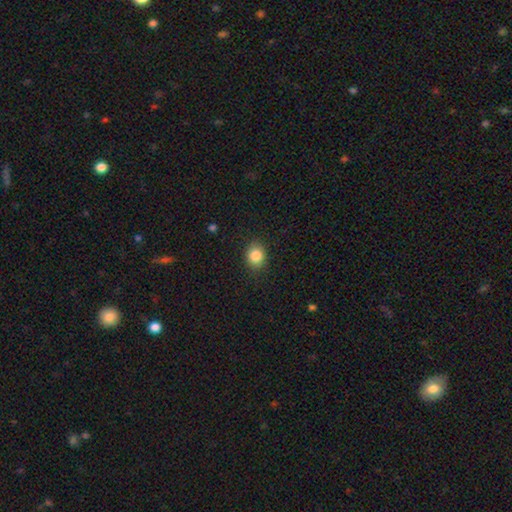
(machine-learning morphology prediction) smooth_or_featured: smooth (p=0.85) [alt: star or artifact p=0.10]
how_rounded: round (p=0.61) [alt: in between p=0.38]
merging: none (p=0.87) [alt: minor disturbance p=0.09]